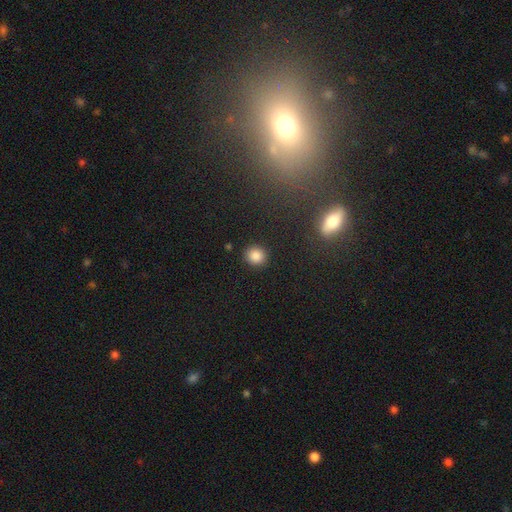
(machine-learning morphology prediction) smooth 85%, star or artifact 11%, featured or disk 4%. Down the decision tree: how rounded — round (86%); merging — none (90%).